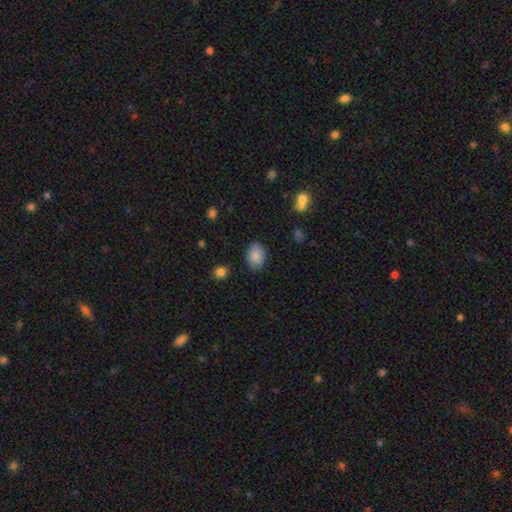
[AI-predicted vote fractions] A smooth galaxy with no disk features (87%) that is in between round and cigar-shaped (81%).

Vote fractions:
- Smooth or featured? smooth: 87% / star or artifact: 8% / featured or disk: 6%
- How rounded? in between: 81% / round: 18% / cigar-shaped: 1%
- Merging? none: 86% / minor disturbance: 10% / major disturbance: 2% / merger: 1%